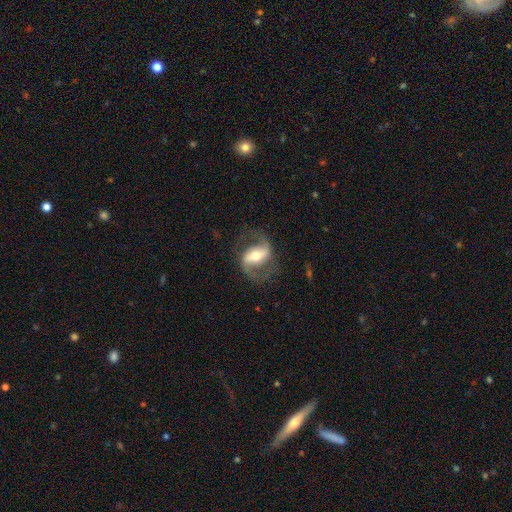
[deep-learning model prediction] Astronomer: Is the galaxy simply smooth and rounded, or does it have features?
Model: featured or disk — 84%.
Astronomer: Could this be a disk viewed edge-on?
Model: no — 96%.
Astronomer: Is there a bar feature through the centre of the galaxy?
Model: strong — 48% (runner-up: weak, 33%).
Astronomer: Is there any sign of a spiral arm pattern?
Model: yes — 93%.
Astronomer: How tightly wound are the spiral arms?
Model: medium — 46% (runner-up: loose, 44%).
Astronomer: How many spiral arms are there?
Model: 2 — 92%.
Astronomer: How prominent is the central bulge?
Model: moderate — 66%.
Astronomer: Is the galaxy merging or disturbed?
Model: none — 74%.